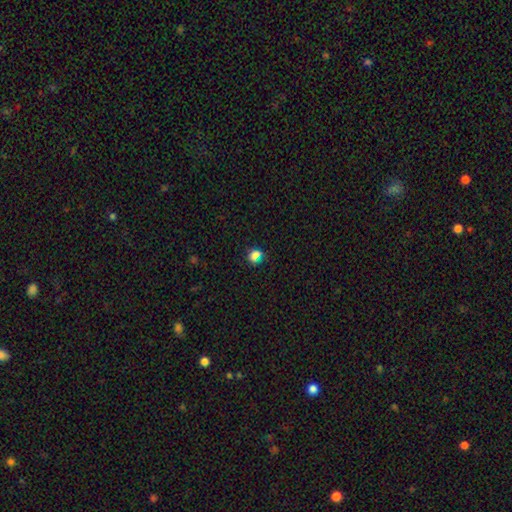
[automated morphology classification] smooth 73%, star or artifact 21%, featured or disk 6%. Down the decision tree: how rounded — round (69%); merging — none (74%).